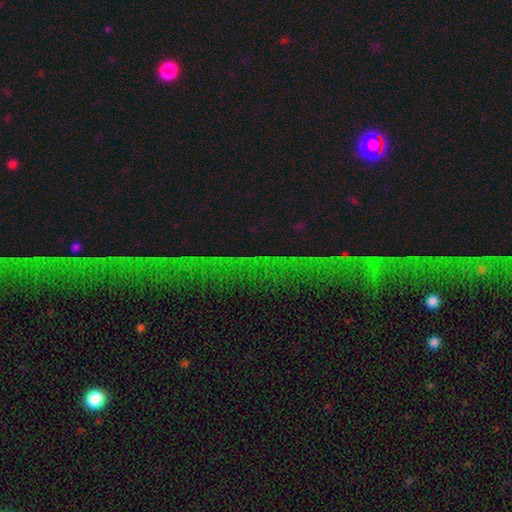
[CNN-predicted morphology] This appears to be a star or artifact, not a galaxy (79%).